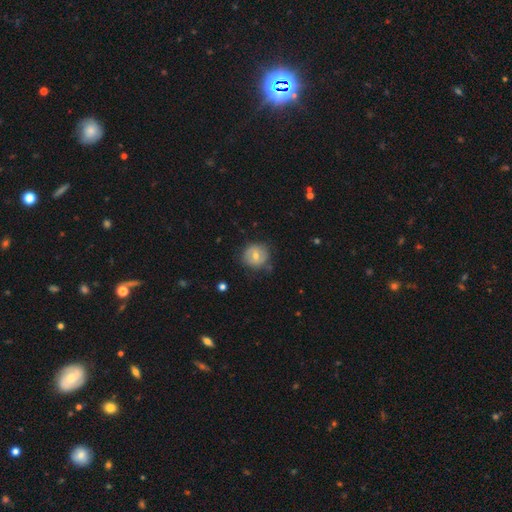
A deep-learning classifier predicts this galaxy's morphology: type=smooth (57%); roundness=round (87%); merging=none (74%).